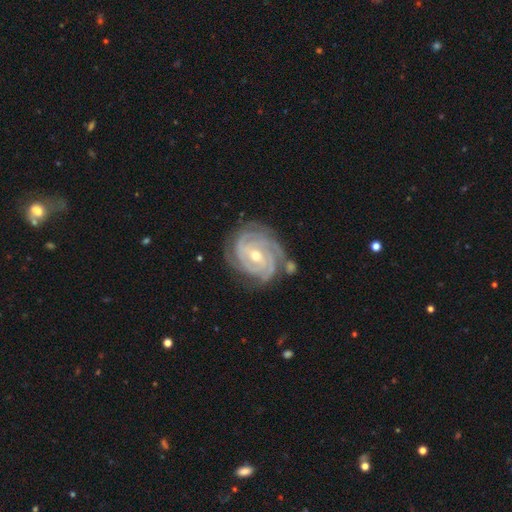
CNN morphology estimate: type=featured or disk (92%); edge-on=no (98%); bar=no (41%, tied with weak); spiral arms=yes (98%); winding=tight (82%); arm count=3 (32%); bulge=moderate (52%); merging=none (72%).